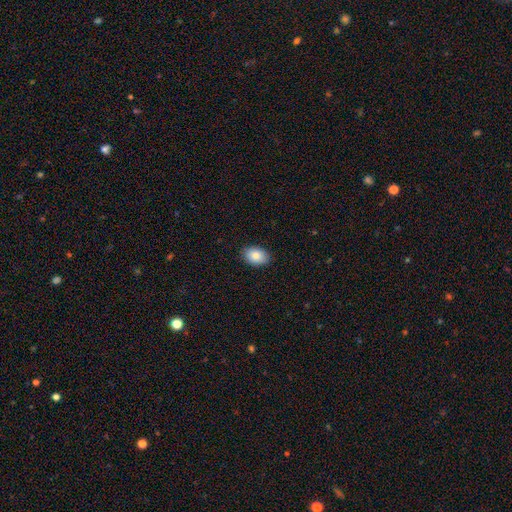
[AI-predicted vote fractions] Smooth or featured? smooth (84%)
How rounded? in between (82%)
Merging? none (89%)